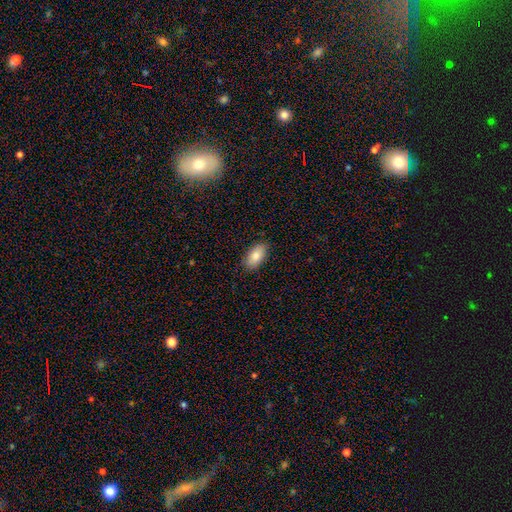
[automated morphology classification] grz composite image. It shows a smooth galaxy with no disk features (82%) that is in between round and cigar-shaped (92%). Merging: none (86%).